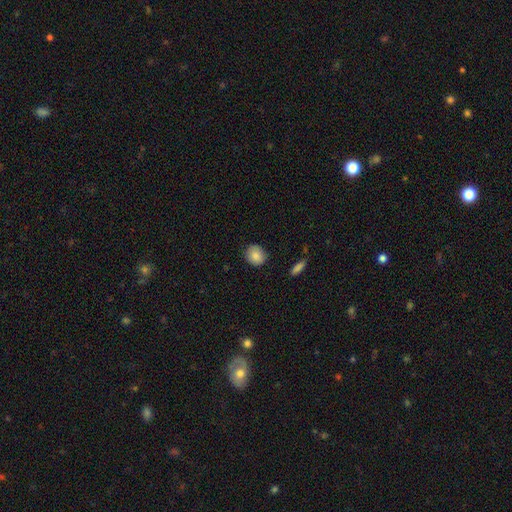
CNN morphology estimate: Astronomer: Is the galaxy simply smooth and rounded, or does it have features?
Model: smooth — 84%.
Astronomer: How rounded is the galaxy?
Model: round — 76%.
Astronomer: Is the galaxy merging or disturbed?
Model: none — 84%.